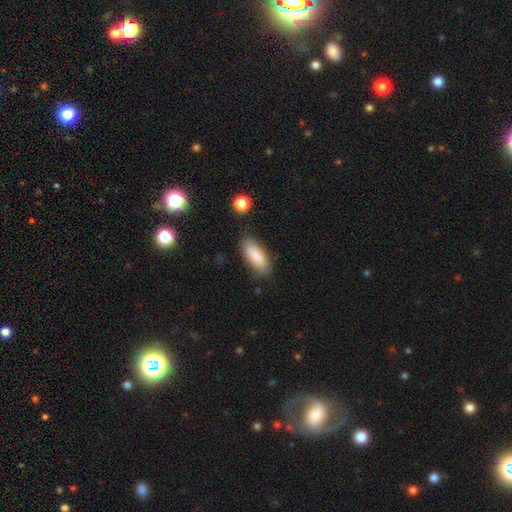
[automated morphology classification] Smooth or featured? Predicted: smooth (p=0.86). How rounded? Predicted: in between (p=0.78). Merging? Predicted: none (p=0.79).